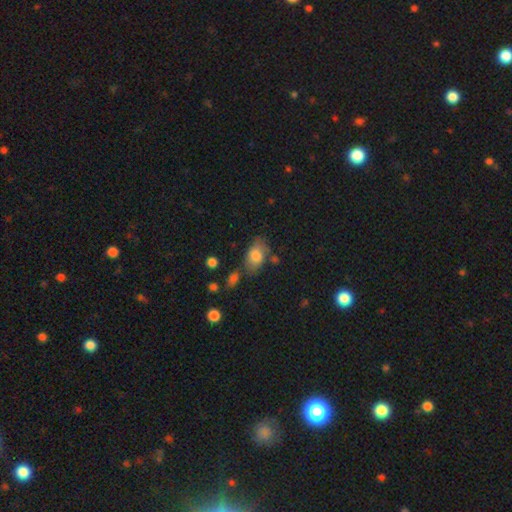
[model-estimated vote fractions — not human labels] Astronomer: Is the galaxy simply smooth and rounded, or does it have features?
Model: smooth — 77%.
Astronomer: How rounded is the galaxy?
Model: in between — 87%.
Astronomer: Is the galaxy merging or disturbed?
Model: none — 59%.